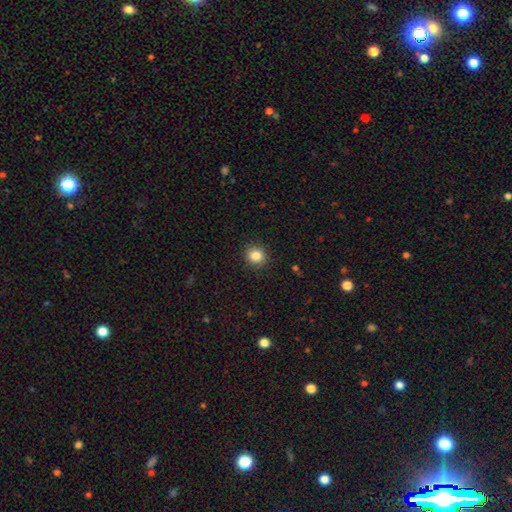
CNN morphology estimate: A smooth galaxy with no disk features (85%) that is round (87%). Merging: none (91%).